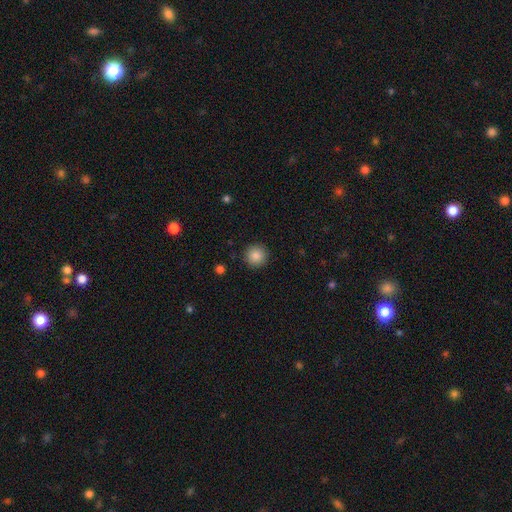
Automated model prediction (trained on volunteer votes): The model was most divided on "smooth or featured": smooth: 86%, star or artifact: 9%, featured or disk: 4%. More confident: how rounded — round (95%); merging — none (92%).